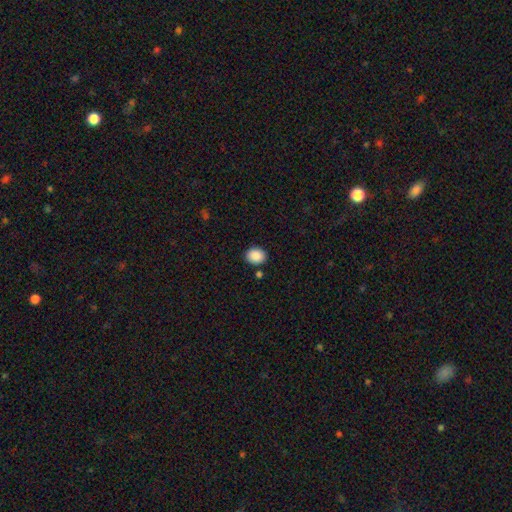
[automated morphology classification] Overall: smooth (89%). How rounded: round (51%; in between 48%). Merging: none (85%).